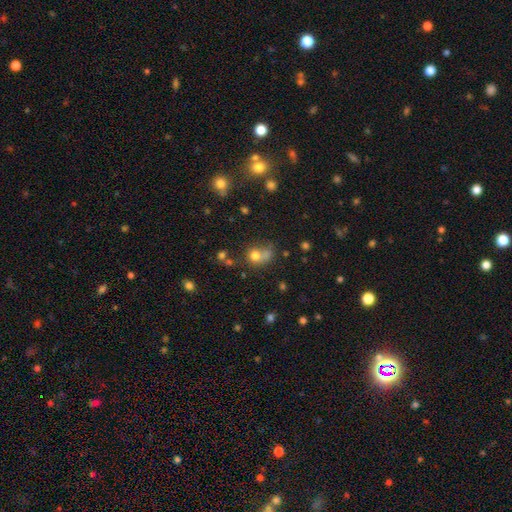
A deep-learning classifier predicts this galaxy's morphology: smooth-or-featured: smooth: 74% | star or artifact: 16% | featured or disk: 11%
  how-rounded: round: 75% | in between: 24% | cigar-shaped: 1%
  merging: none: 42% | merger: 35% | minor disturbance: 14% | major disturbance: 10%